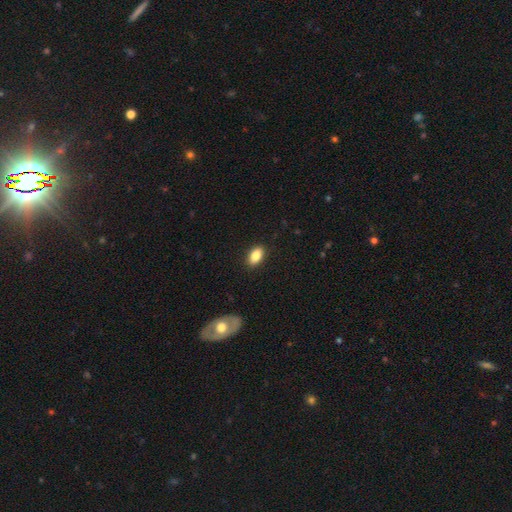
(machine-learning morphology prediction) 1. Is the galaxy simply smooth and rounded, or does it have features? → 85% smooth, 8% star or artifact, 8% featured or disk.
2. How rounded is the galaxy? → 90% in between, 8% round, 3% cigar-shaped.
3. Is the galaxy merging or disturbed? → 89% none, 8% minor disturbance, 2% major disturbance, 1% merger.